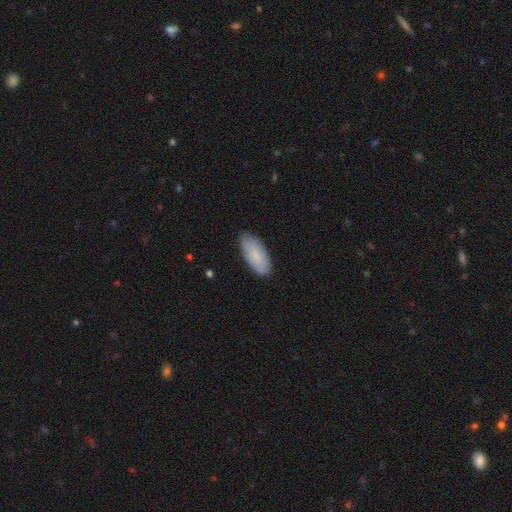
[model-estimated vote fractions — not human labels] smooth 82%, featured or disk 12%, star or artifact 6%. Down the decision tree: how rounded — in between (88%); merging — none (81%).